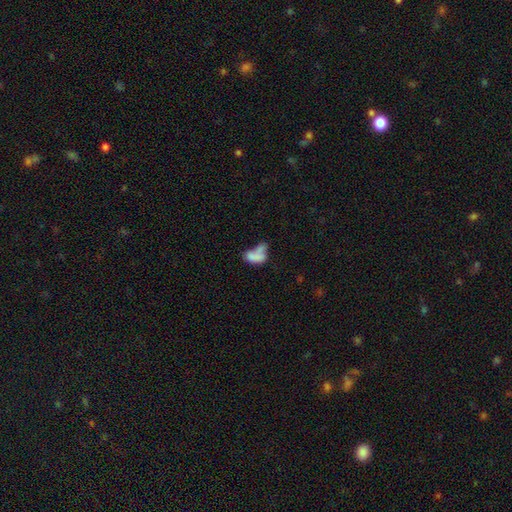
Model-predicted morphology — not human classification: The model was most divided on "merging": merger: 49%, none: 19%, major disturbance: 18%, minor disturbance: 14%. More confident: how rounded — in between (87%); smooth or featured — smooth (67%).